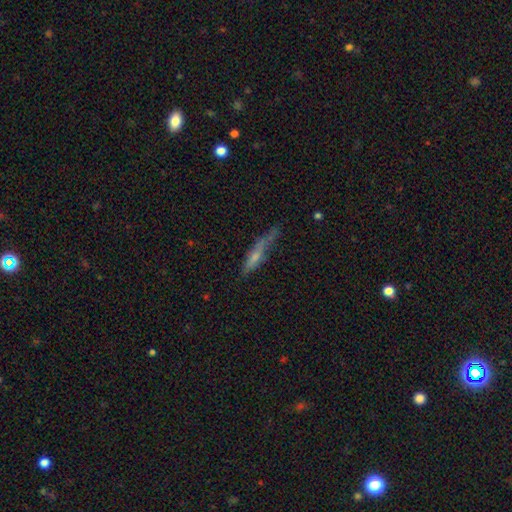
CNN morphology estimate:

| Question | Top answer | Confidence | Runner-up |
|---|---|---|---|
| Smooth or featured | smooth | 47% | featured or disk (43%) |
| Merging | none | 51% | minor disturbance (30%) |